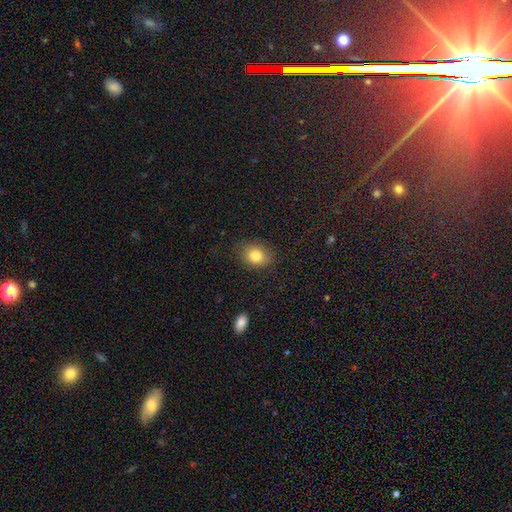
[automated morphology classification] smooth 81%, star or artifact 11%, featured or disk 9%. Down the decision tree: how rounded — in between (52%); merging — none (82%).